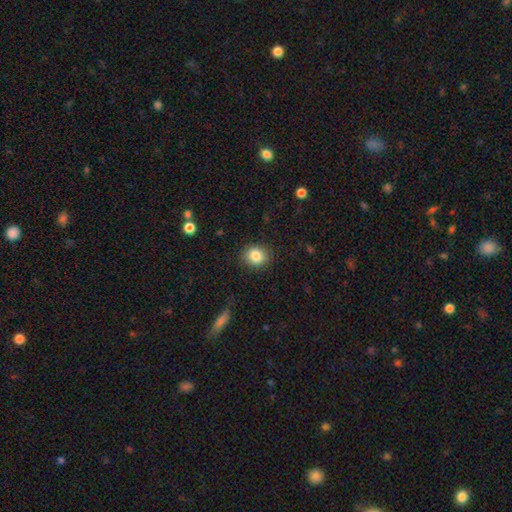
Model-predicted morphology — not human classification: This appears to be a smooth galaxy with no disk features (85%) that is round (68%). Merging: none (87%).